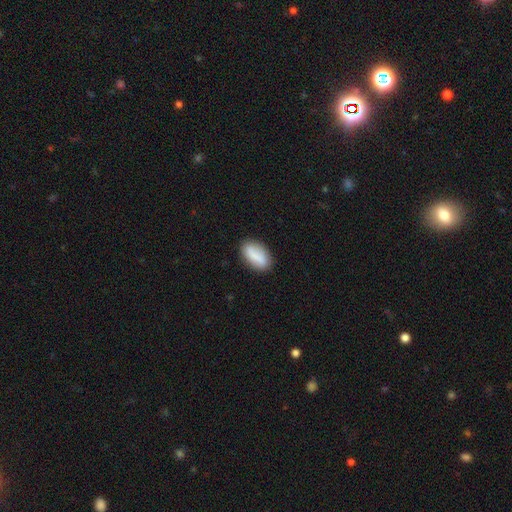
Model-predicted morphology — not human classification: Smooth or featured? Predicted: smooth (p=0.78). How rounded? Predicted: in between (p=0.88). Merging? Predicted: none (p=0.82).